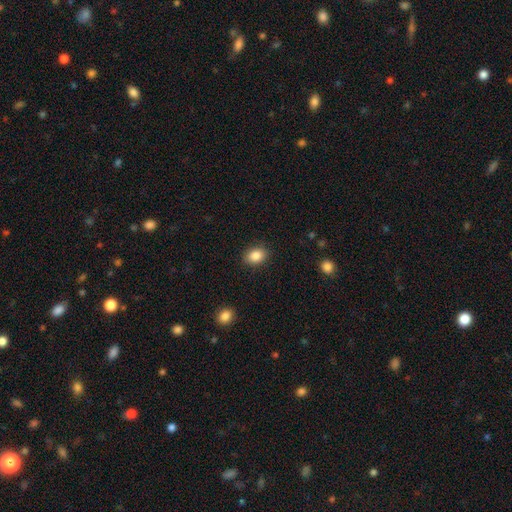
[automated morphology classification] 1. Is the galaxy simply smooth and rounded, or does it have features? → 87% smooth, 8% star or artifact, 5% featured or disk.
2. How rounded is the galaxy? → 68% in between, 31% round, 1% cigar-shaped.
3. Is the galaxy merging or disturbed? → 88% none, 8% minor disturbance, 2% major disturbance, 1% merger.